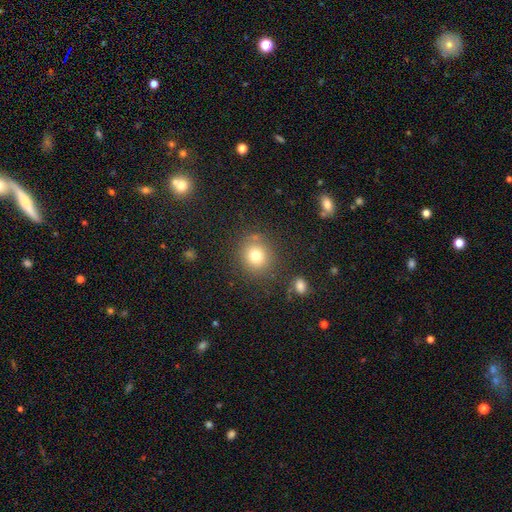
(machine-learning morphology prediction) A smooth galaxy with no disk features (76%) that is round (87%). Merging: none (82%).